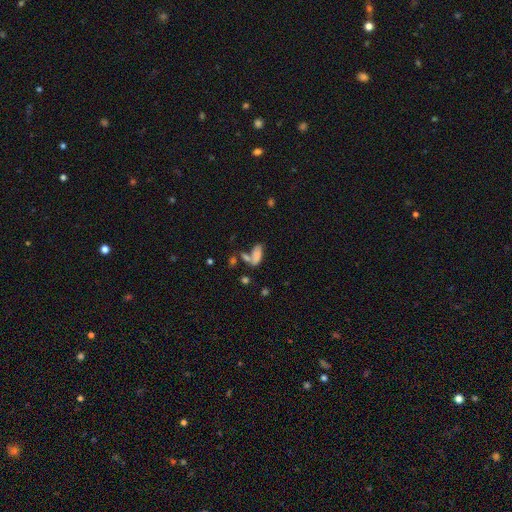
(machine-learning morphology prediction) smooth_or_featured: smooth (p=0.66) [alt: featured or disk p=0.21]
how_rounded: in between (p=0.83) [alt: cigar-shaped p=0.13]
merging: merger (p=0.38) [alt: none p=0.31]